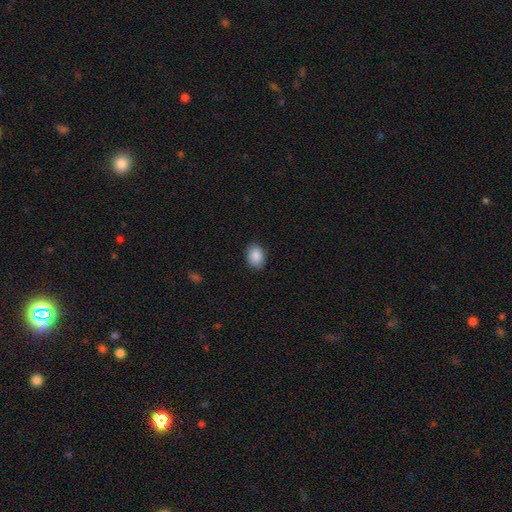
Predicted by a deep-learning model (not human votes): smooth 89%, star or artifact 7%, featured or disk 4%. Down the decision tree: how rounded — in between (73%); merging — none (87%).